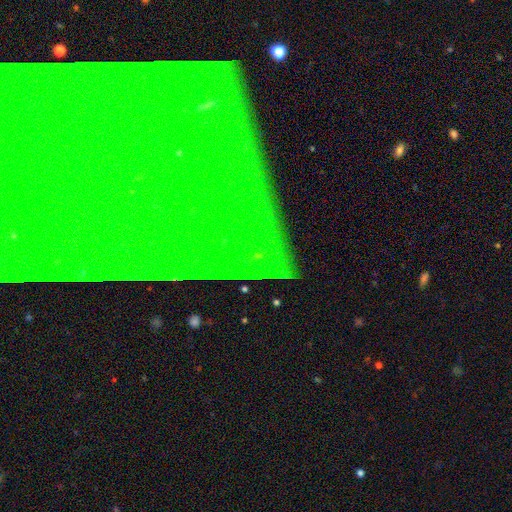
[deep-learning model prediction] Smooth or featured? Predicted: star or artifact (p=0.81).